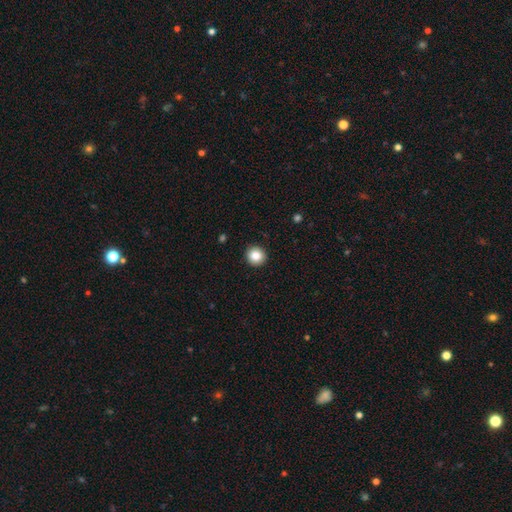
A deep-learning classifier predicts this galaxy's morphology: Smooth or featured: smooth — 86% (star or artifact — 9%)
How rounded: round — 93% (in between — 6%)
Merging: none — 93% (minor disturbance — 5%)